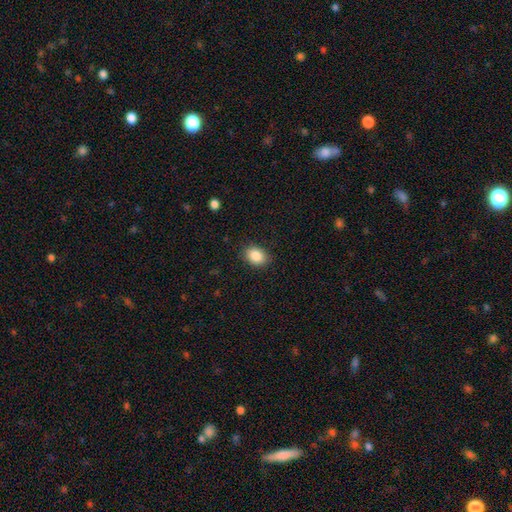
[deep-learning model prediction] smooth_or_featured: smooth (p=0.87) [alt: star or artifact p=0.08]
how_rounded: in between (p=0.74) [alt: round p=0.25]
merging: none (p=0.85) [alt: minor disturbance p=0.11]